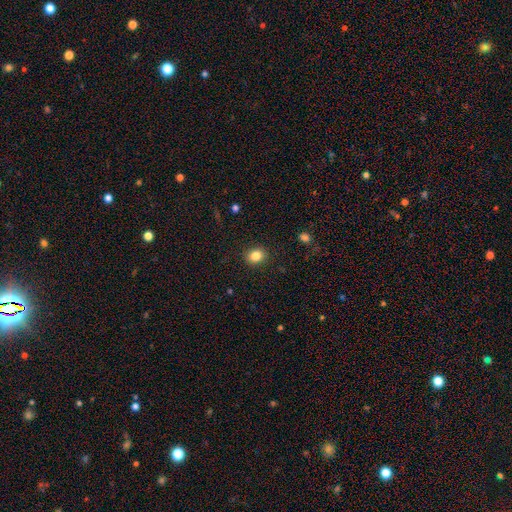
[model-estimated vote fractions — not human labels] Q: Smooth or featured?
A: smooth (84%); runner-up: star or artifact (10%)
Q: How rounded?
A: round (64%); runner-up: in between (35%)
Q: Merging?
A: none (90%); runner-up: minor disturbance (7%)